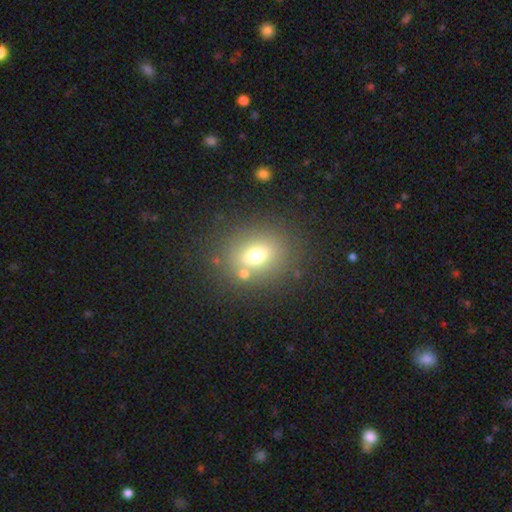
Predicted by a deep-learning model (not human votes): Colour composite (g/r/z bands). It shows a smooth galaxy with no disk features (67%) that is round (59%). Merging: none (74%).